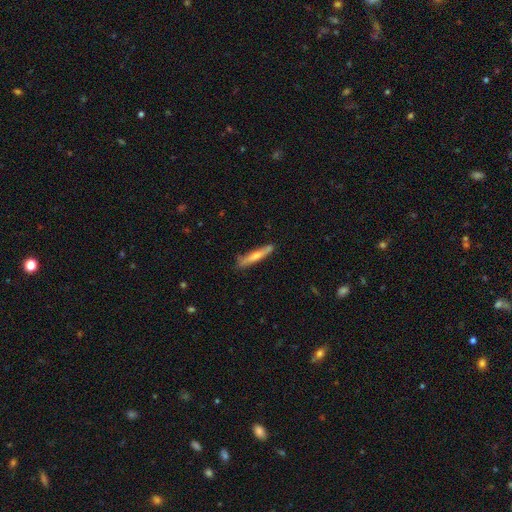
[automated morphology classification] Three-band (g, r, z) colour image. It shows a smooth galaxy with no disk features (48%). Merging: none (82%).